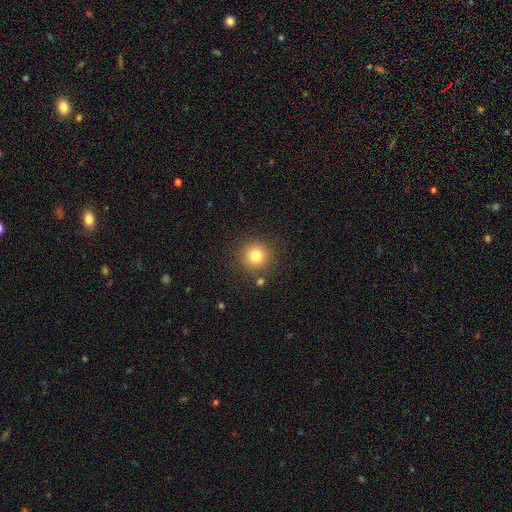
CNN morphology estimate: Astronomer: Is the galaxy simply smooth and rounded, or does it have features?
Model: smooth — 80%.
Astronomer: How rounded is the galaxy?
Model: round — 94%.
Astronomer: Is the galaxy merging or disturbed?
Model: none — 85%.